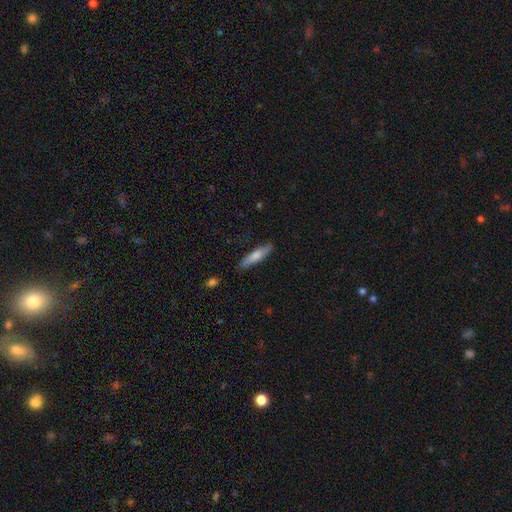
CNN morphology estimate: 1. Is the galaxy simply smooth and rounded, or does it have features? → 72% smooth, 22% featured or disk, 5% star or artifact.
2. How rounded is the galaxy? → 79% cigar-shaped, 20% in between, 2% round.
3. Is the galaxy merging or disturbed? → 84% none, 12% minor disturbance, 2% major disturbance, 1% merger.